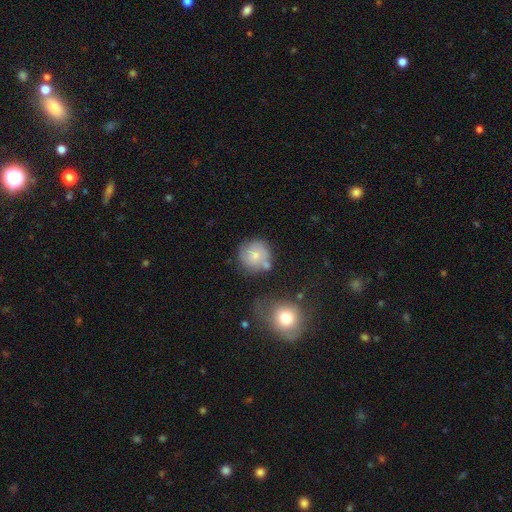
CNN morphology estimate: smooth_or_featured: smooth (p=0.72) [alt: featured or disk p=0.19]
how_rounded: round (p=0.93) [alt: in between p=0.07]
merging: none (p=0.63) [alt: minor disturbance p=0.17]